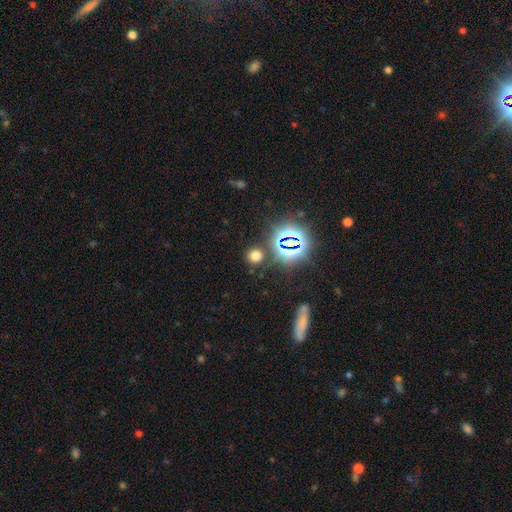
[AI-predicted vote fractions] smooth 63%, star or artifact 31%, featured or disk 6%. Down the decision tree: how rounded — round (83%); merging — none (85%).